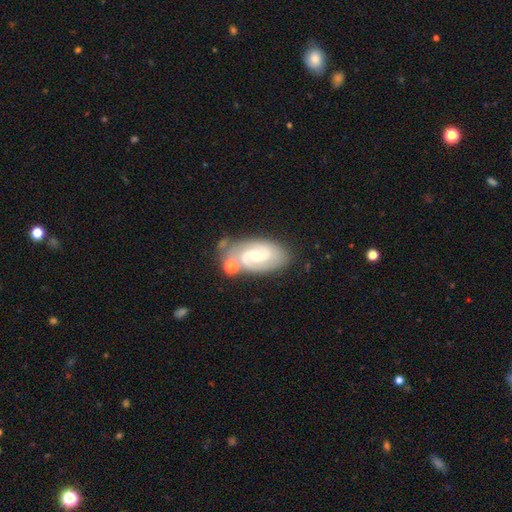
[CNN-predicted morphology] Overall: featured or disk (83%). Edge-on disk: no (96%). Bar: weak (46%; no 41%). Spiral arms: yes (95%). Spiral arm count: 2 (82%). Spiral winding: medium (47%; tight 39%). Bulge size: moderate (52%; small 44%). Merging: none (62%).